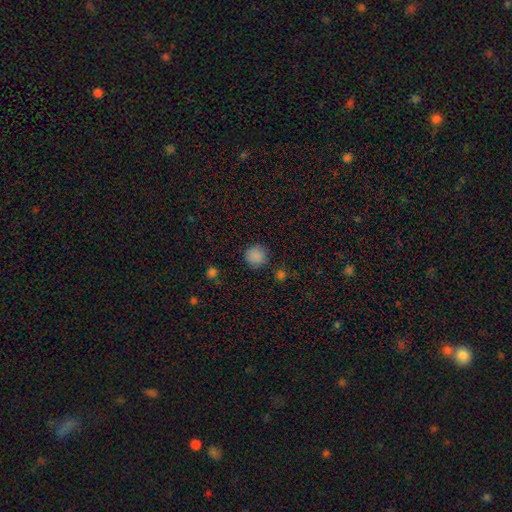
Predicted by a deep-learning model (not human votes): Overall: smooth (86%). How rounded: round (93%). Merging: none (86%).